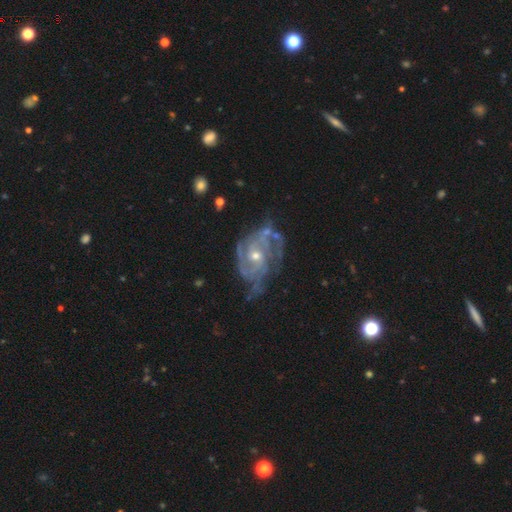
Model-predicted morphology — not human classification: Smooth or featured: featured or disk — 89% (star or artifact — 6%)
Edge-on disk: no — 97% (yes — 3%)
Bar: no — 68% (weak — 26%)
Spiral arms: yes — 96% (no — 4%)
Spiral winding: tight — 60% (medium — 33%)
Spiral arm count: 3 — 28% (can't tell — 26%)
Bulge size: moderate — 49% (small — 48%)
Merging: none — 53% (minor disturbance — 27%)